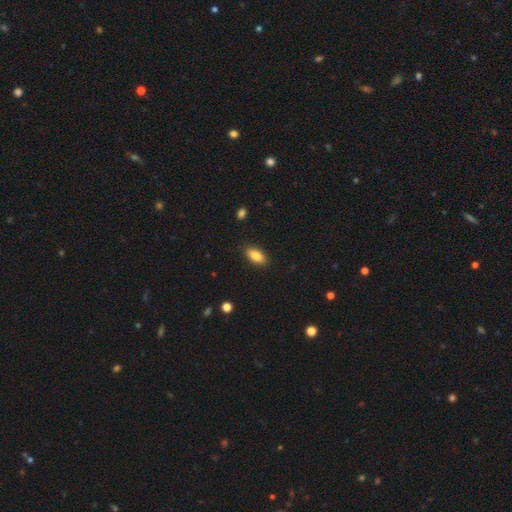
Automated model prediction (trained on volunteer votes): Smooth or featured?
  - smooth: 84% *
  - featured or disk: 8%
  - star or artifact: 7%
How rounded?
  - in between: 88% *
  - cigar-shaped: 9%
  - round: 3%
Merging?
  - none: 87% *
  - minor disturbance: 10%
  - major disturbance: 2%
  - merger: 1%